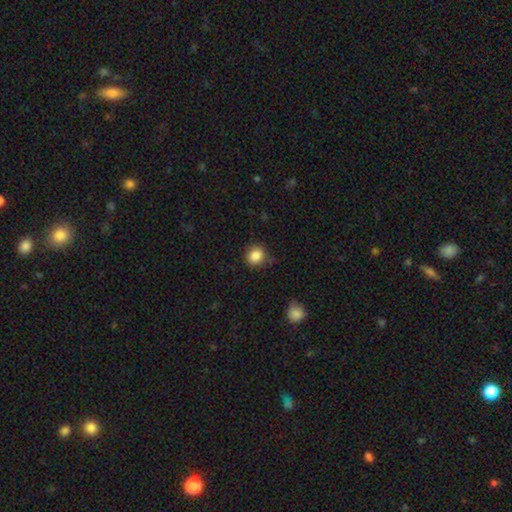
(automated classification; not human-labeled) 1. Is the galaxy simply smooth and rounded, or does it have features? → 86% smooth, 10% star or artifact, 4% featured or disk.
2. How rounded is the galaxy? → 83% round, 16% in between, 1% cigar-shaped.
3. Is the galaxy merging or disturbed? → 82% none, 13% minor disturbance, 3% major disturbance, 2% merger.